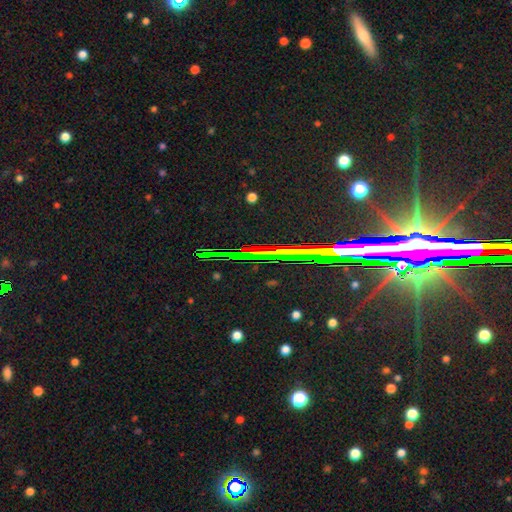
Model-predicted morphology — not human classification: A star or artifact, not a galaxy (79%).